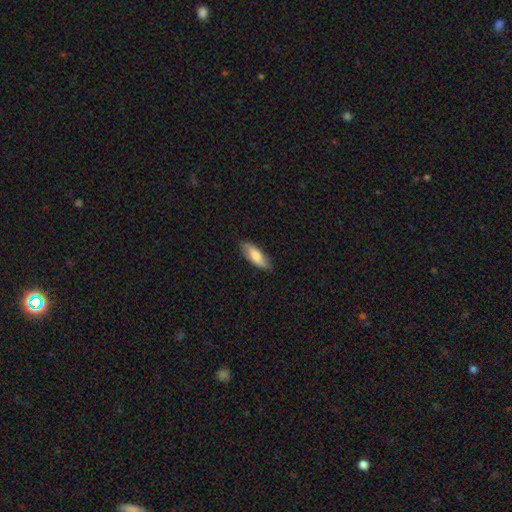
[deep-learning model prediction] This is likely a smooth galaxy (74%). How rounded: likely in between (68%). Merging: clearly none (84%).